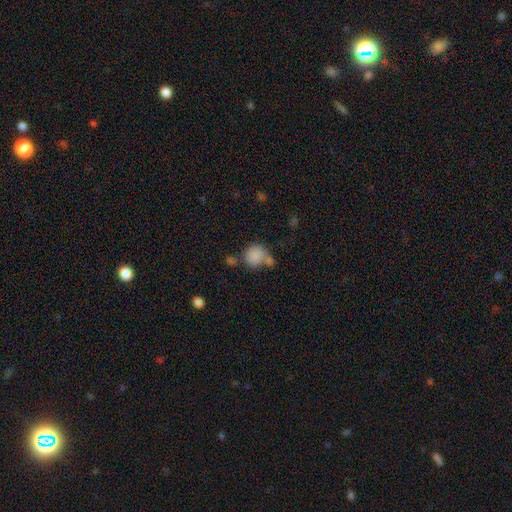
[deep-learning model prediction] Smooth or featured?
  - smooth: 83% *
  - star or artifact: 9%
  - featured or disk: 8%
How rounded?
  - round: 78% *
  - in between: 21%
  - cigar-shaped: 1%
Merging?
  - none: 45% *
  - merger: 29%
  - minor disturbance: 17%
  - major disturbance: 9%